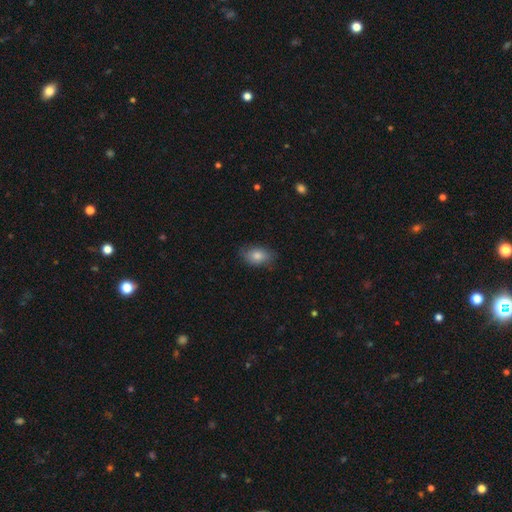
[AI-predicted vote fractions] Smooth or featured?
  - smooth: 81% *
  - featured or disk: 10%
  - star or artifact: 8%
How rounded?
  - in between: 87% *
  - round: 11%
  - cigar-shaped: 2%
Merging?
  - none: 80% *
  - minor disturbance: 16%
  - major disturbance: 3%
  - merger: 1%